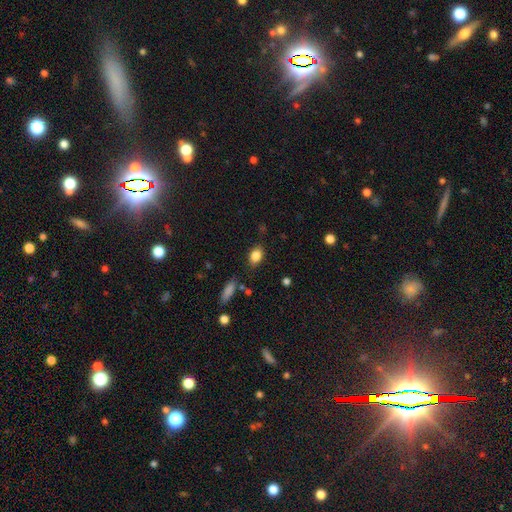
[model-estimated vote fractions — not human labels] A smooth galaxy with no disk features (84%) that is in between round and cigar-shaped (79%). Merging: none (82%).